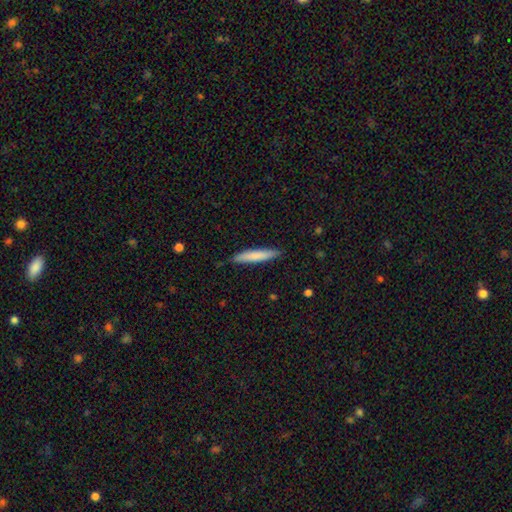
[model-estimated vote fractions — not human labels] A smooth galaxy with no disk features (78%) that is cigar-shaped (92%). Merging: none (88%).